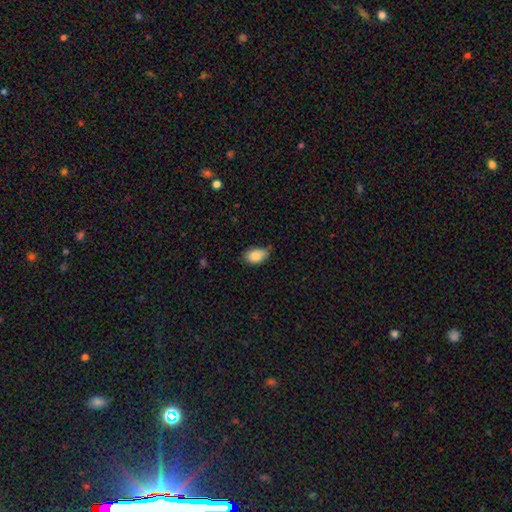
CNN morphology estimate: Q: Smooth or featured?
A: smooth (87%); runner-up: star or artifact (7%)
Q: How rounded?
A: in between (90%); runner-up: round (8%)
Q: Merging?
A: none (64%); runner-up: minor disturbance (30%)